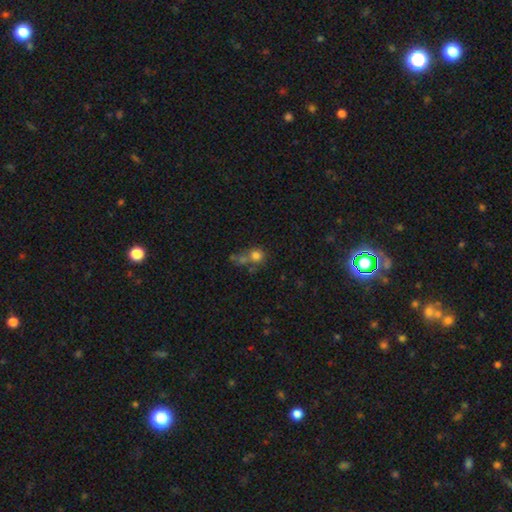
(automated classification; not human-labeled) This appears to be a smooth galaxy with no disk features (72%) that is round (83%). Merging: none (41%).